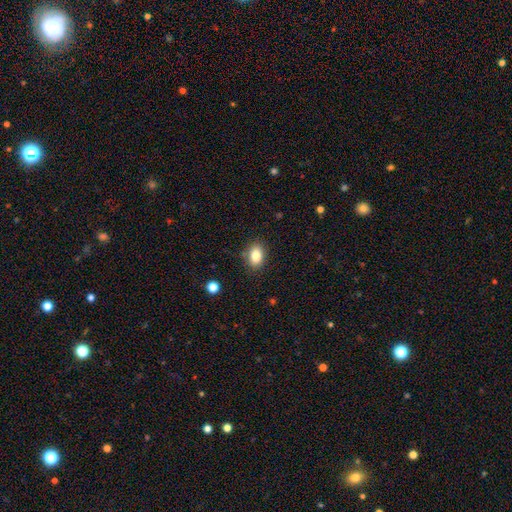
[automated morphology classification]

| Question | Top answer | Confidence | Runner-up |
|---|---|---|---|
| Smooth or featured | smooth | 84% | star or artifact (9%) |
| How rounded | in between | 78% | round (21%) |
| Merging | none | 84% | minor disturbance (11%) |